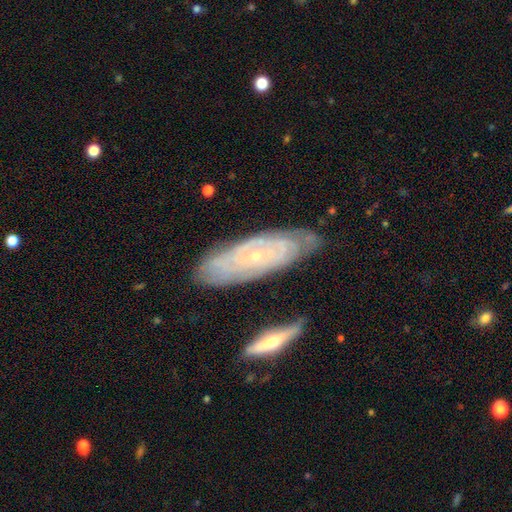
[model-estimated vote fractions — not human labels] Smooth or featured? featured or disk (78%)
Edge-on disk? no (85%)
Bar? no (78%)
Spiral arms? yes (87%)
Spiral winding? tight (79%)
Spiral arm count? can't tell (56%)
Bulge size? small (84%)
Merging? none (74%)